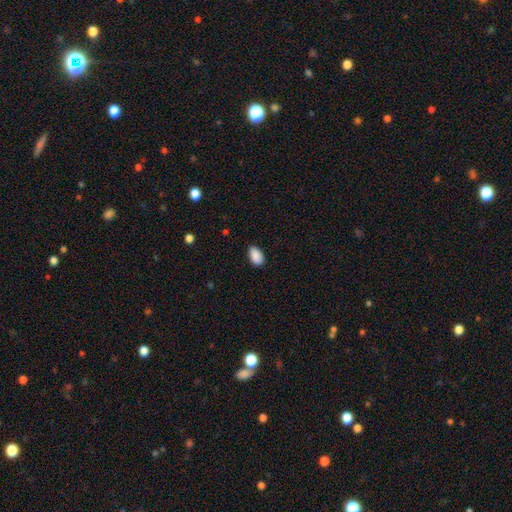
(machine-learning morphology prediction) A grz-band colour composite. It shows a smooth galaxy with no disk features (90%) that is in between round and cigar-shaped (92%). Merging: none (83%).